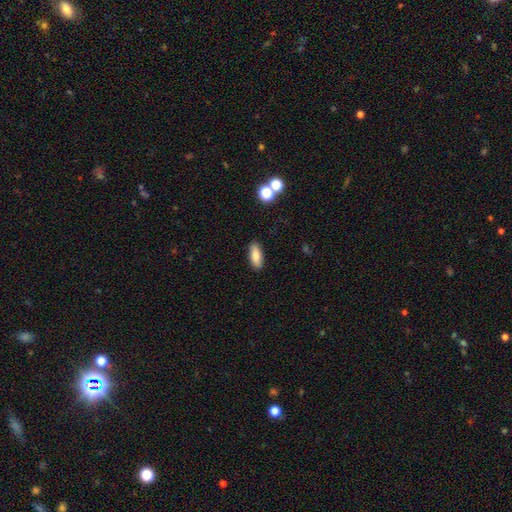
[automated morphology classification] This is clearly a smooth galaxy (84%). How rounded: likely in between (73%). Merging: clearly none (87%).